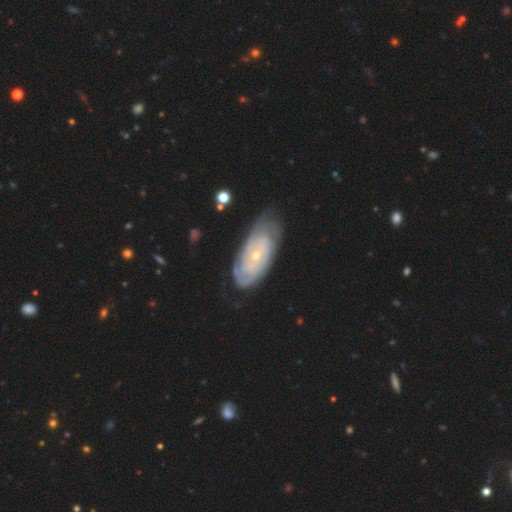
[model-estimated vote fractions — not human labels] A featured or disk galaxy (82%) with no bar (77%), tight (81%) spiral arms (93%) and a small central bulge (70%).

Vote fractions:
- Smooth or featured? featured or disk: 82% / smooth: 13% / star or artifact: 5%
- Edge-on disk? no: 93% / yes: 7%
- Bar? no: 77% / weak: 18% / strong: 5%
- Spiral arms? yes: 93% / no: 7%
- Spiral winding? tight: 81% / medium: 15% / loose: 4%
- Spiral arm count? can't tell: 50% / 2: 16% / 3: 12% / 4: 11% / more than 4: 7% / 1: 5%
- Bulge size? small: 70% / moderate: 27% / large: 1% / none: 1% / dominant: 1%
- Merging? none: 70% / minor disturbance: 21% / major disturbance: 7% / merger: 2%